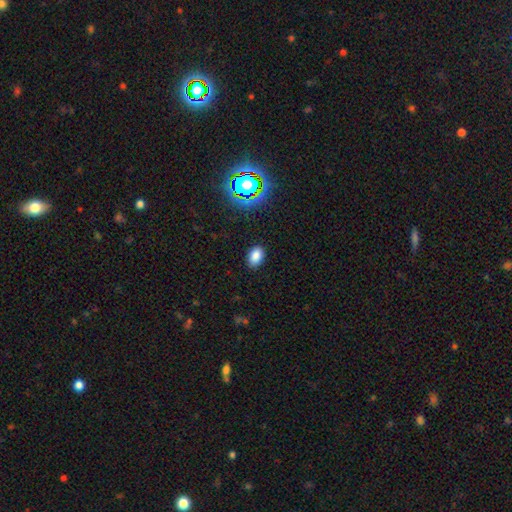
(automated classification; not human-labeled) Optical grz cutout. It shows a smooth galaxy with no disk features (82%) that is in between round and cigar-shaped (85%). Merging: none (87%).